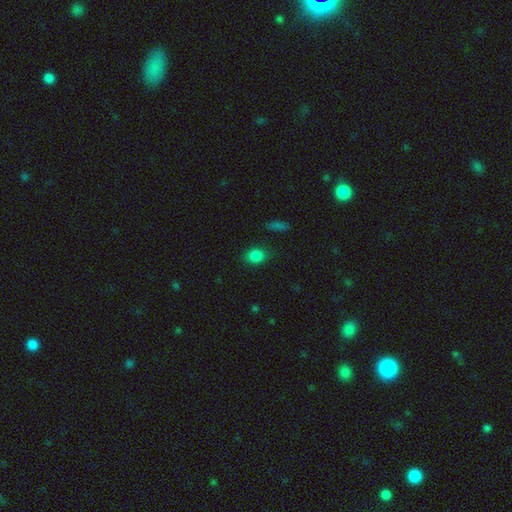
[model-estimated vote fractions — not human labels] A smooth galaxy with no disk features (83%) that is in between round and cigar-shaped (55%). Merging: none (83%).